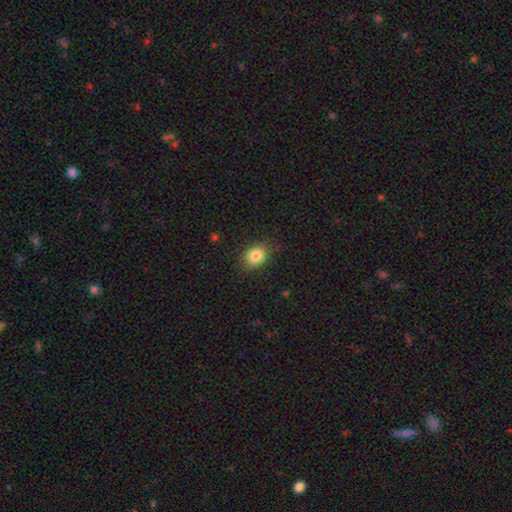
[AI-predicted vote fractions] Q: Smooth or featured?
A: smooth (84%); runner-up: star or artifact (10%)
Q: How rounded?
A: in between (57%); runner-up: round (42%)
Q: Merging?
A: none (84%); runner-up: minor disturbance (12%)